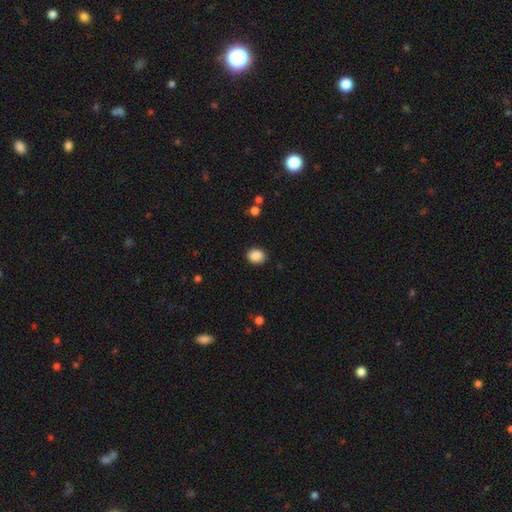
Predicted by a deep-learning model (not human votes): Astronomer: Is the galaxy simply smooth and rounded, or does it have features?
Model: smooth — 88%.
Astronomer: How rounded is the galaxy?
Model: round — 54% (runner-up: in between, 45%).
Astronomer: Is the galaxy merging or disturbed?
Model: none — 89%.